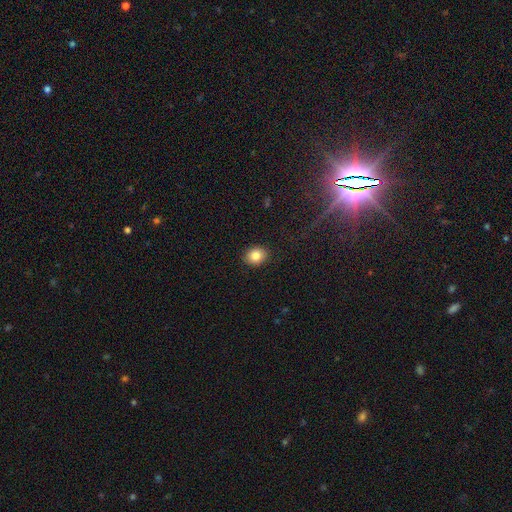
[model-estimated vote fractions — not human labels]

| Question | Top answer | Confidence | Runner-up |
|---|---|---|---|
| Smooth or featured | smooth | 85% | star or artifact (9%) |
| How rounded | round | 59% | in between (40%) |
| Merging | none | 90% | minor disturbance (7%) |